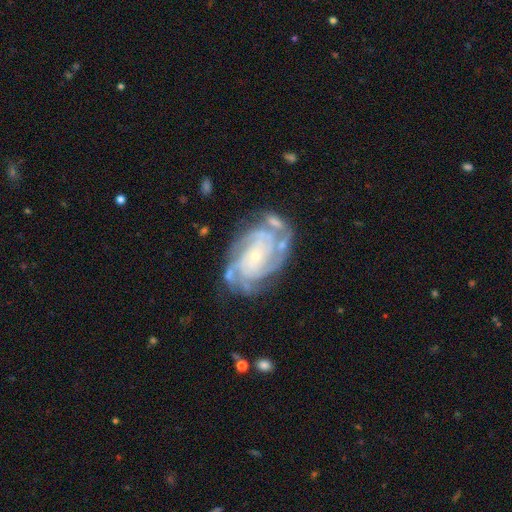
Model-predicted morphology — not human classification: A featured or disk galaxy (90%) with no bar (68%), 4 (28%) tight (71%) spiral arms (98%) and a small central bulge (81%). Merging: none (68%).